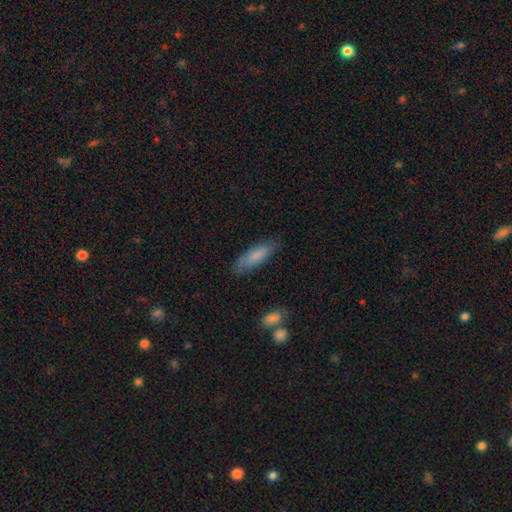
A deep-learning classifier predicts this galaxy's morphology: type=smooth (80%); roundness=cigar-shaped (52%); merging=none (77%).